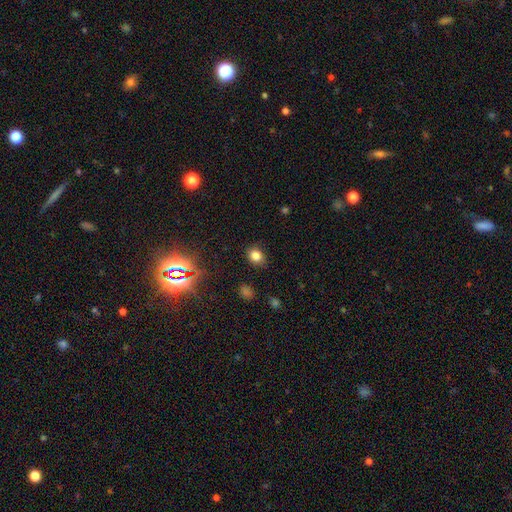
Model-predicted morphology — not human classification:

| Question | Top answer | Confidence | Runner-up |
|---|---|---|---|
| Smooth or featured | smooth | 78% | star or artifact (15%) |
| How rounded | round | 58% | in between (41%) |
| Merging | none | 85% | minor disturbance (11%) |